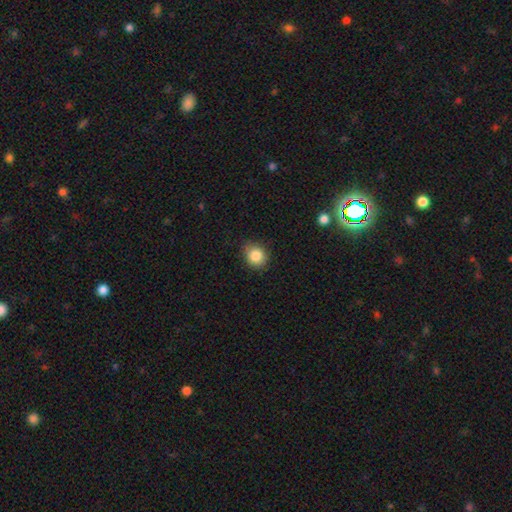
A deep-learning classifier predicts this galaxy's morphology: type=smooth (85%); roundness=round (69%); merging=none (81%).